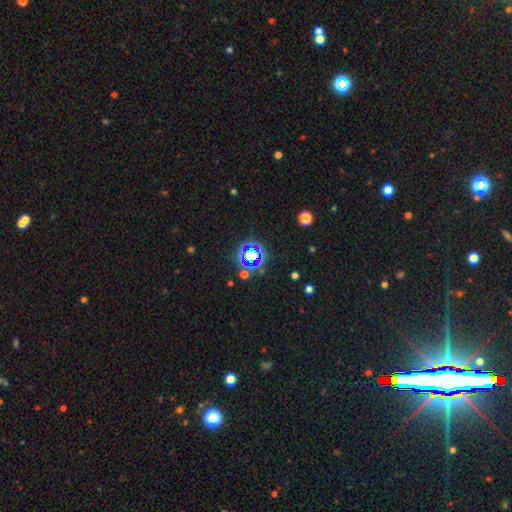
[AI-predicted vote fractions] Smooth or featured? Predicted: star or artifact (p=0.75).